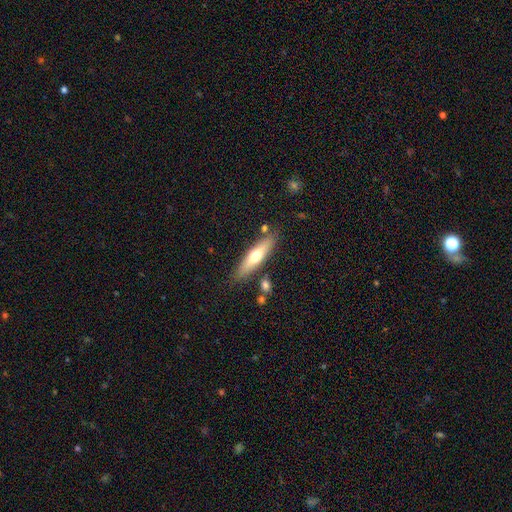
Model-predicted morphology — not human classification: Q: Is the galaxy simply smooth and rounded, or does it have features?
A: smooth — 53%.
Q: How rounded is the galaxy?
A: cigar-shaped — 70%.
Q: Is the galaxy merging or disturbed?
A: none — 82%.